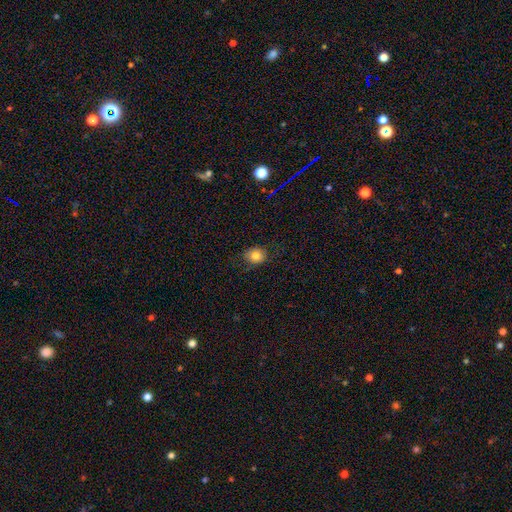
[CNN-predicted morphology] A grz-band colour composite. It shows a smooth galaxy with no disk features (81%) that is round (68%). Merging: none (80%).